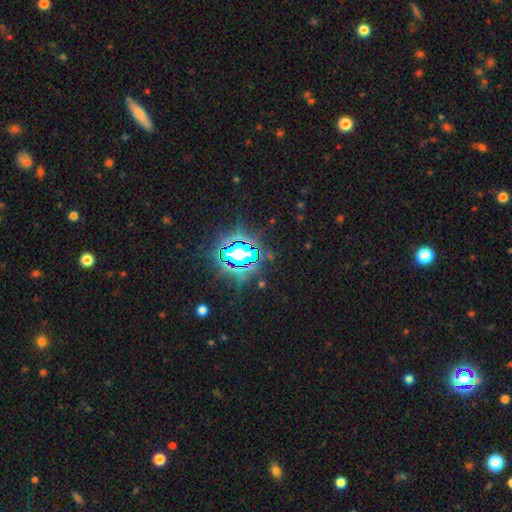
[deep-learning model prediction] Smooth or featured? Predicted: star or artifact (p=0.83).